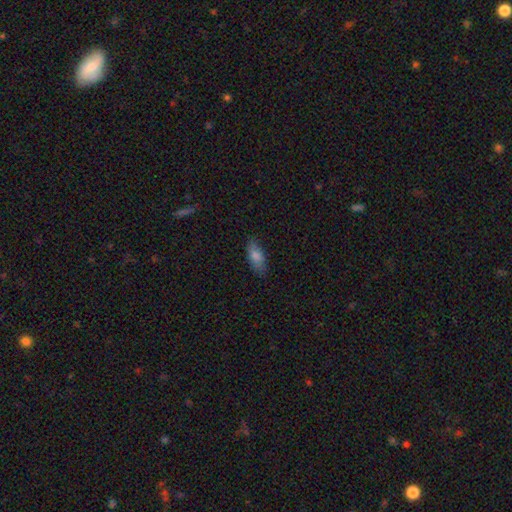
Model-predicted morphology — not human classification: This is likely a smooth galaxy (78%). How rounded: likely in between (76%). Merging: clearly none (80%).